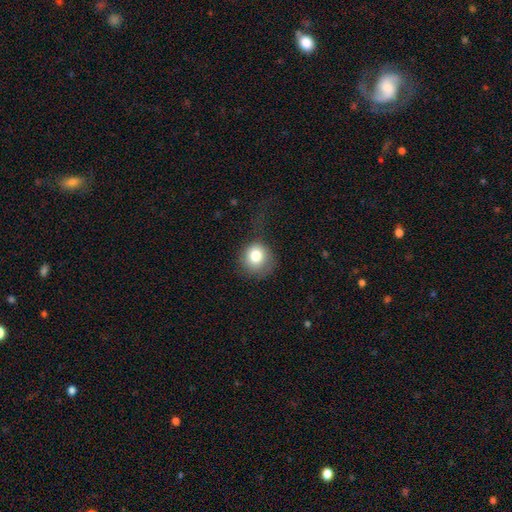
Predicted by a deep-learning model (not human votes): Q: Smooth or featured?
A: smooth (80%); runner-up: star or artifact (10%)
Q: How rounded?
A: round (87%); runner-up: in between (12%)
Q: Merging?
A: none (62%); runner-up: minor disturbance (21%)